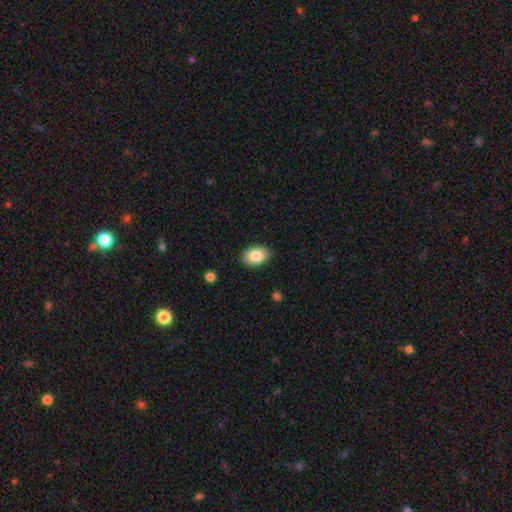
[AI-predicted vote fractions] Smooth or featured?
  - smooth: 84% *
  - featured or disk: 8%
  - star or artifact: 7%
How rounded?
  - in between: 83% *
  - round: 16%
  - cigar-shaped: 1%
Merging?
  - none: 88% *
  - minor disturbance: 9%
  - major disturbance: 2%
  - merger: 1%